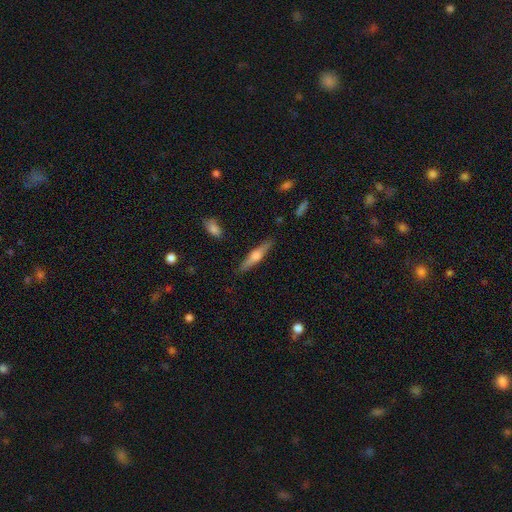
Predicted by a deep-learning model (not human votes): This is possibly a featured or disk galaxy (56%). It is clearly viewed edge-on (96%). Edge-on bulge: clearly rounded (86%). Merging: clearly none (88%).